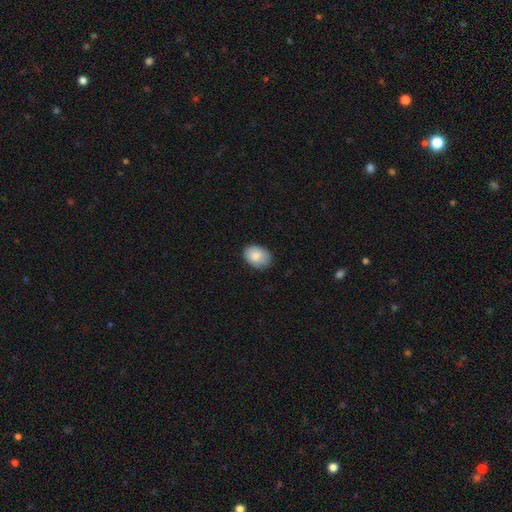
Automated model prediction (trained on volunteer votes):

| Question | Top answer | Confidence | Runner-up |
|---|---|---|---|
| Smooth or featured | smooth | 84% | featured or disk (9%) |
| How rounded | in between | 78% | round (21%) |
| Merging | none | 76% | minor disturbance (20%) |